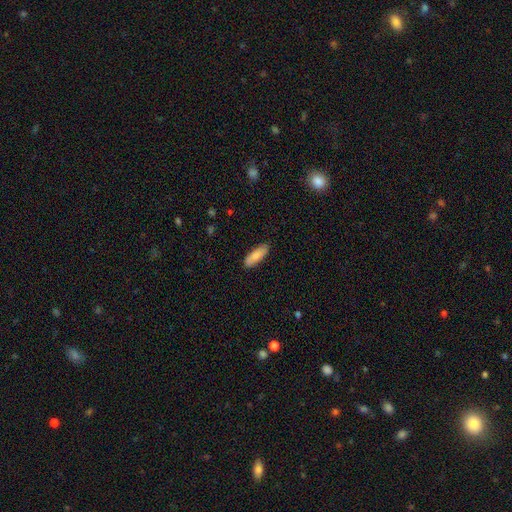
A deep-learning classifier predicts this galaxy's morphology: smooth_or_featured: smooth (p=0.85) [alt: featured or disk p=0.10]
how_rounded: in between (p=0.62) [alt: cigar-shaped p=0.36]
merging: none (p=0.86) [alt: minor disturbance p=0.11]